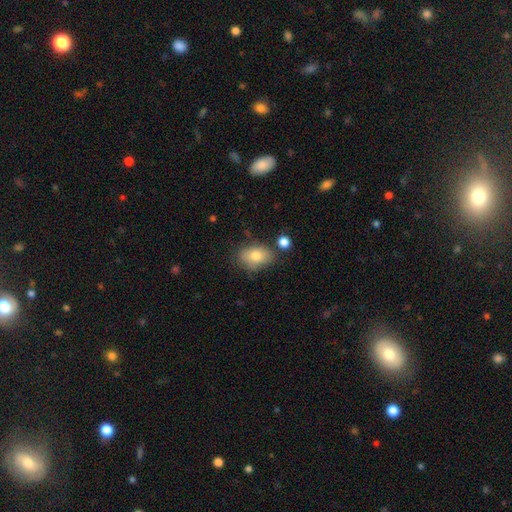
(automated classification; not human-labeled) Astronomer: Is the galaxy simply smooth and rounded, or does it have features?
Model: smooth — 78%.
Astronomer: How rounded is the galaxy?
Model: in between — 77%.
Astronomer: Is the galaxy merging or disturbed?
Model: none — 70%.